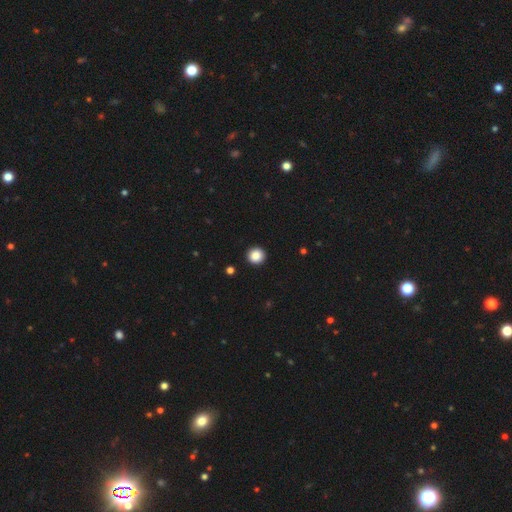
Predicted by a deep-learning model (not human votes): Overall: smooth (87%). How rounded: round (95%). Merging: none (93%).